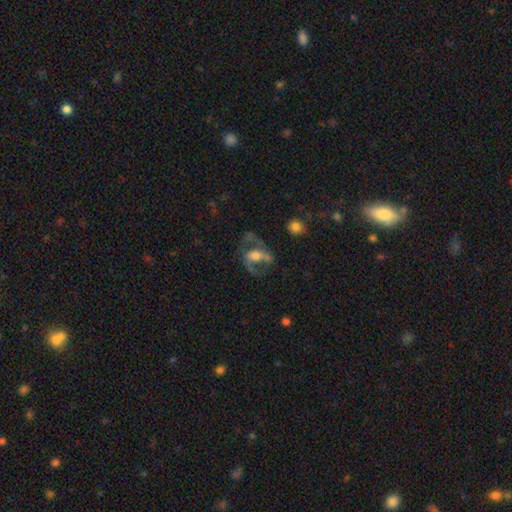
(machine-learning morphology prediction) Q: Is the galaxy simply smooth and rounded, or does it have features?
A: featured or disk — 65%.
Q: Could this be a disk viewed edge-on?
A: no — 93%.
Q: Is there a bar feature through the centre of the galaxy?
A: no — 39%.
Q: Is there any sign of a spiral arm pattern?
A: yes — 57%.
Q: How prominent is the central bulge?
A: moderate — 54%.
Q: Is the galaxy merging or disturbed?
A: none — 47%.